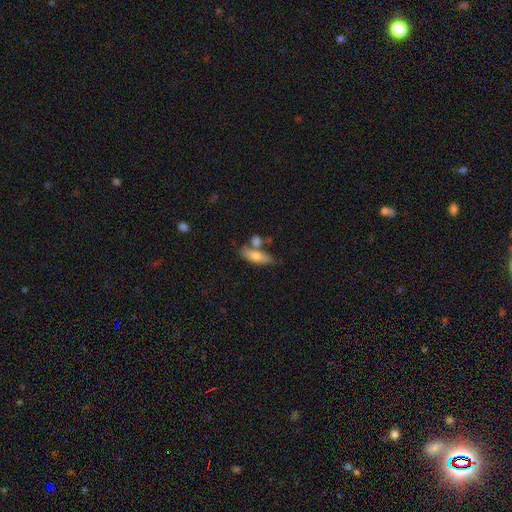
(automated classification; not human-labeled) Q: Smooth or featured?
A: smooth (72%); runner-up: featured or disk (21%)
Q: How rounded?
A: in between (59%); runner-up: cigar-shaped (38%)
Q: Merging?
A: none (55%); runner-up: merger (26%)